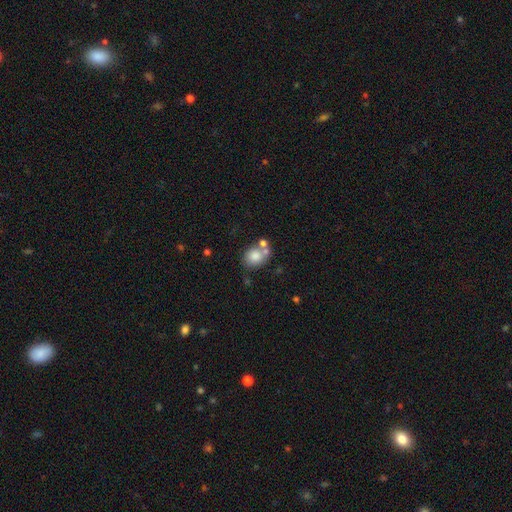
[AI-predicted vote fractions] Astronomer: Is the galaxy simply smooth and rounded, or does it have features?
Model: smooth — 78%.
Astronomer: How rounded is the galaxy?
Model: round — 61% (runner-up: in between, 38%).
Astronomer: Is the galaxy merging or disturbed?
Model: none — 50% (runner-up: merger, 30%).